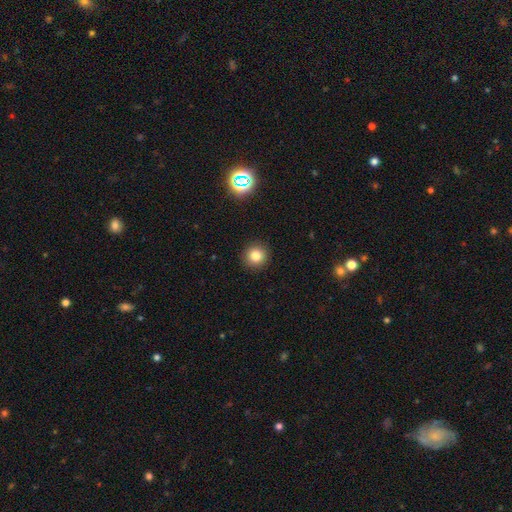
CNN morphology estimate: smooth 81%, star or artifact 13%, featured or disk 6%. Down the decision tree: how rounded — round (94%); merging — none (92%).